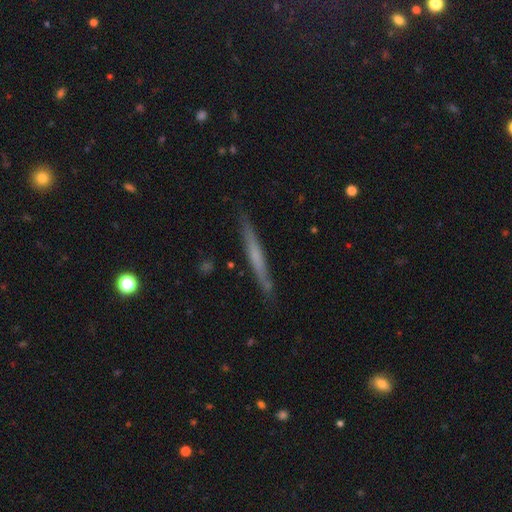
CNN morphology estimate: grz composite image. It shows a smooth galaxy with no disk features (48%). Merging: none (87%).